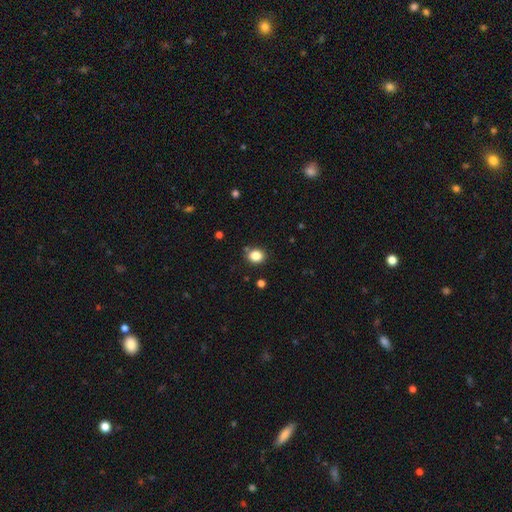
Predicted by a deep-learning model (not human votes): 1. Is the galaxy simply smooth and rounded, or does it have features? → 84% smooth, 11% star or artifact, 5% featured or disk.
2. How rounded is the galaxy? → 69% round, 30% in between, 1% cigar-shaped.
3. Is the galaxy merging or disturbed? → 83% none, 10% minor disturbance, 4% merger, 3% major disturbance.